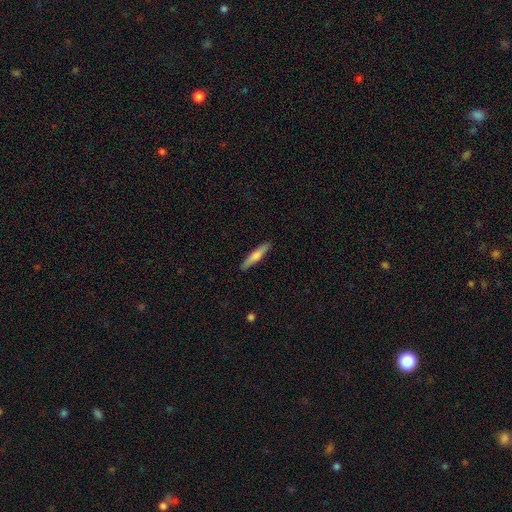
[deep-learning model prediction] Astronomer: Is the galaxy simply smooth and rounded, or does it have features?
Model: smooth — 64%.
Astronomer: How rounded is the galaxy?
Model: cigar-shaped — 90%.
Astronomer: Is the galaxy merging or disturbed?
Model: none — 90%.